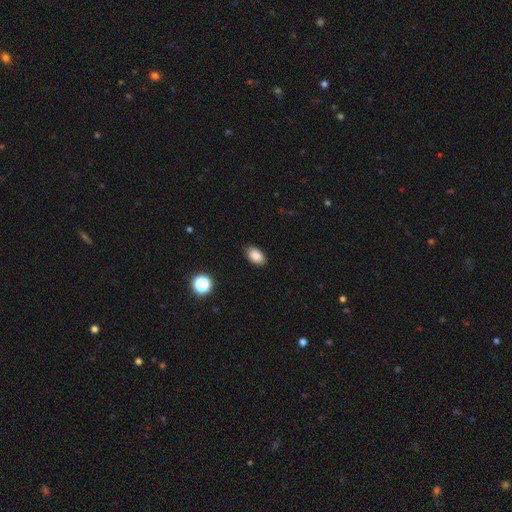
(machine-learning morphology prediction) The model was most divided on "smooth or featured": smooth: 86%, star or artifact: 9%, featured or disk: 5%. More confident: how rounded — in between (92%); merging — none (87%).